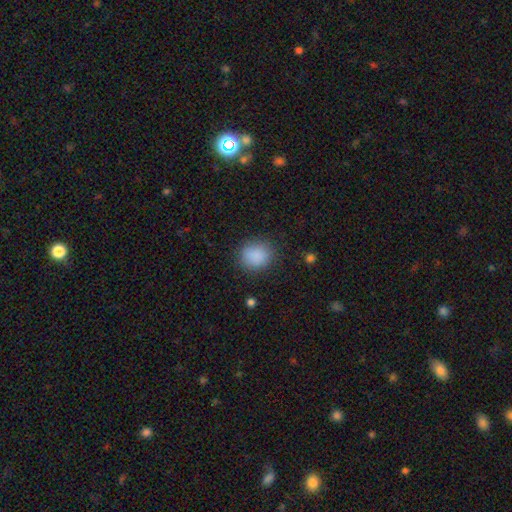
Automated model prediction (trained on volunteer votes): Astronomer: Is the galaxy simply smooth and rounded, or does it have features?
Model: smooth — 87%.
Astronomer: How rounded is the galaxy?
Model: round — 78%.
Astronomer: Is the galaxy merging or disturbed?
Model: none — 84%.